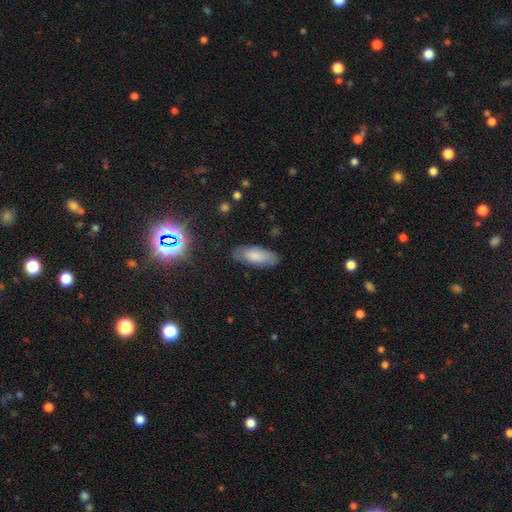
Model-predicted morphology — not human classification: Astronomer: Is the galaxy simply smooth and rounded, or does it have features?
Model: smooth — 78%.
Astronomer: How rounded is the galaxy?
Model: in between — 79%.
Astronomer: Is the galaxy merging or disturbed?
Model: none — 80%.